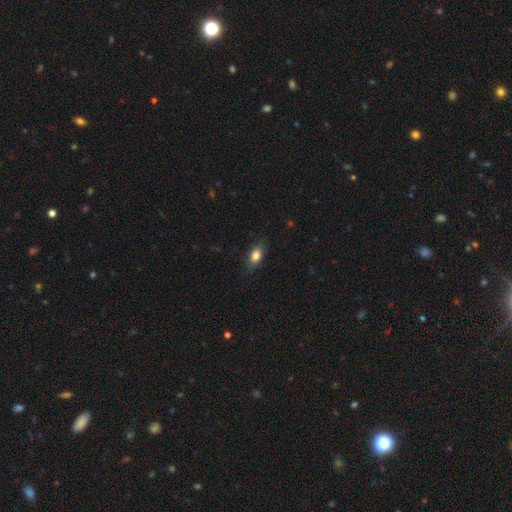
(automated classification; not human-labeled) The model was most divided on "merging": none: 81%, minor disturbance: 15%, major disturbance: 3%, merger: 1%. More confident: how rounded — in between (83%); smooth or featured — smooth (82%).